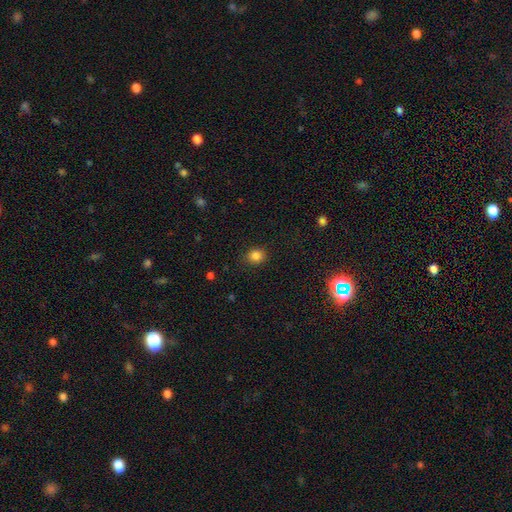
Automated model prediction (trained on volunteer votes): A smooth galaxy with no disk features (83%) that is round (72%). Merging: none (86%).